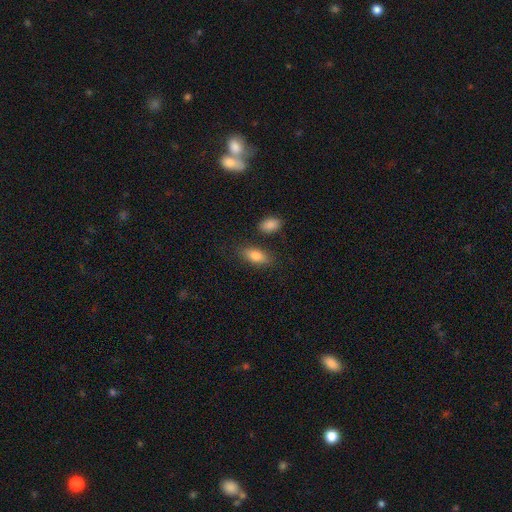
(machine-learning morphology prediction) The model was most divided on "merging": none: 80%, minor disturbance: 12%, merger: 5%, major disturbance: 3%. More confident: how rounded — in between (86%); smooth or featured — smooth (82%).